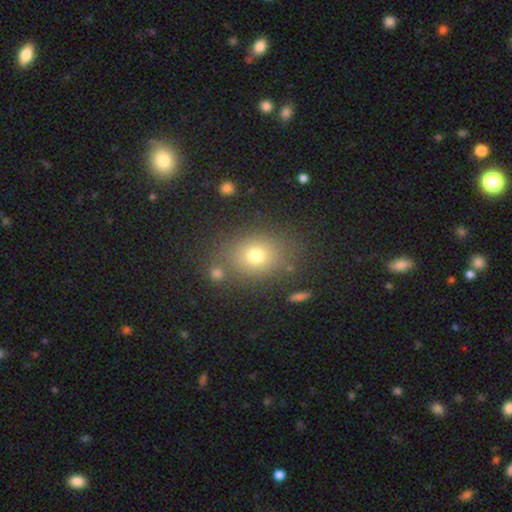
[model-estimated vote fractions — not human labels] Overall: smooth (74%). How rounded: round (50%; in between 49%). Merging: none (78%).